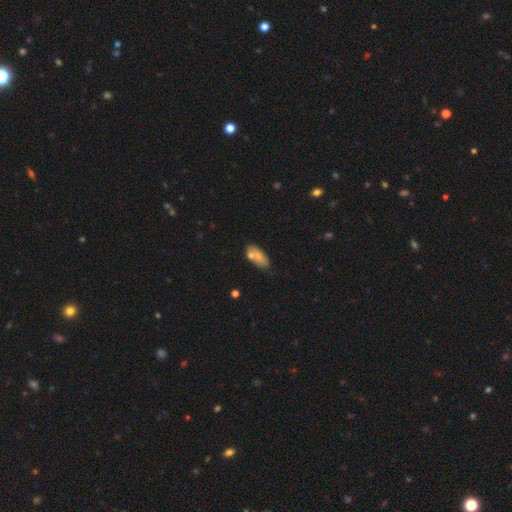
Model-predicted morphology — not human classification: Q: Smooth or featured?
A: smooth (73%); runner-up: featured or disk (19%)
Q: How rounded?
A: in between (83%); runner-up: cigar-shaped (13%)
Q: Merging?
A: none (52%); runner-up: merger (22%)